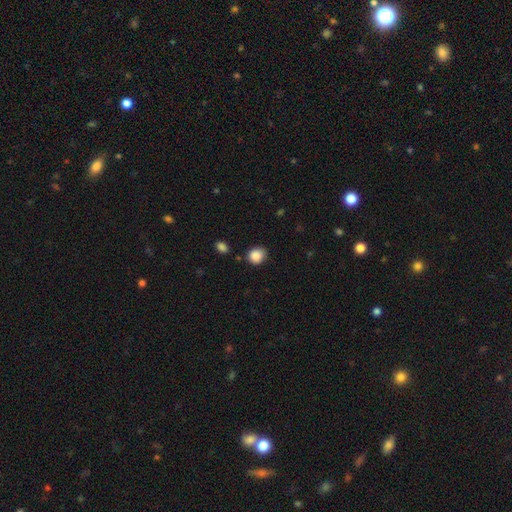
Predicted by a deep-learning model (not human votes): Overall: smooth (87%). How rounded: round (77%). Merging: none (76%).